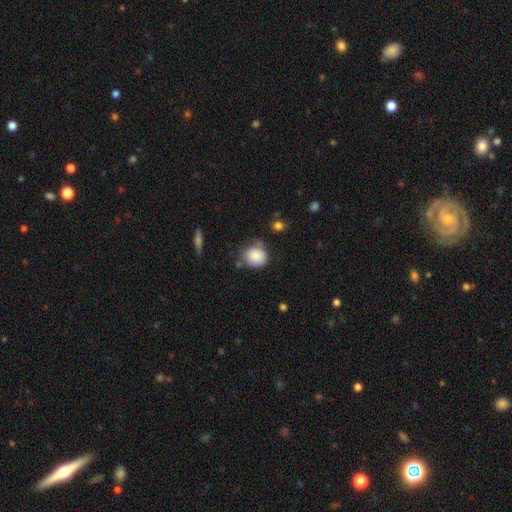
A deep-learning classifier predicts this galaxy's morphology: smooth 86%, star or artifact 8%, featured or disk 6%. Down the decision tree: how rounded — round (72%); merging — none (62%).